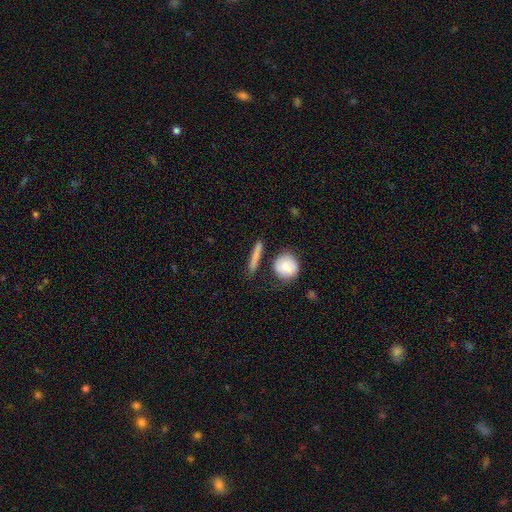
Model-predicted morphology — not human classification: Smooth or featured? Predicted: smooth (p=0.72). How rounded? Predicted: cigar-shaped (p=0.75). Merging? Predicted: none (p=0.77).